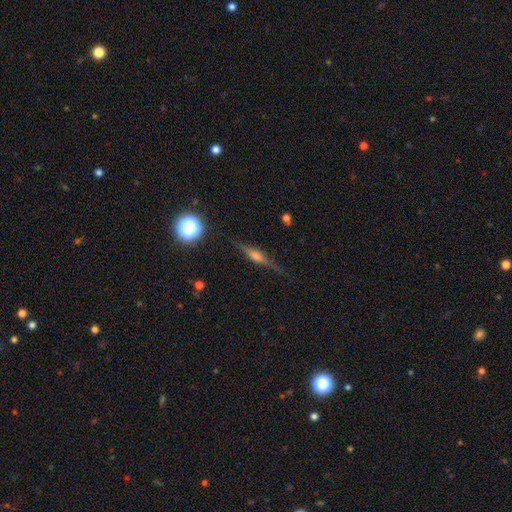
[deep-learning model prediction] This is likely a featured or disk galaxy (71%). It is clearly viewed edge-on (96%). Edge-on bulge: clearly rounded (81%). Merging: clearly none (84%).